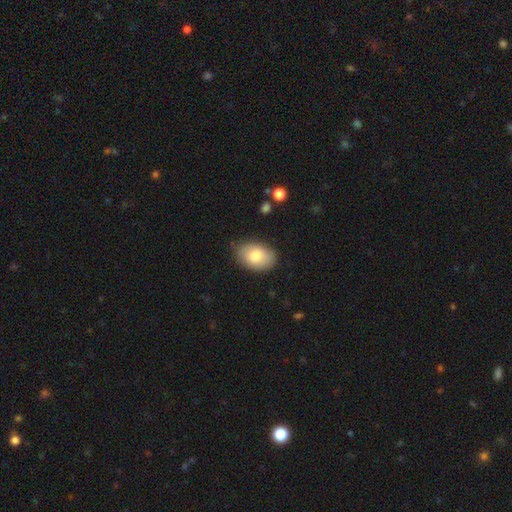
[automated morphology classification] This appears to be a smooth galaxy with no disk features (78%) that is in between round and cigar-shaped (86%). Merging: none (81%).